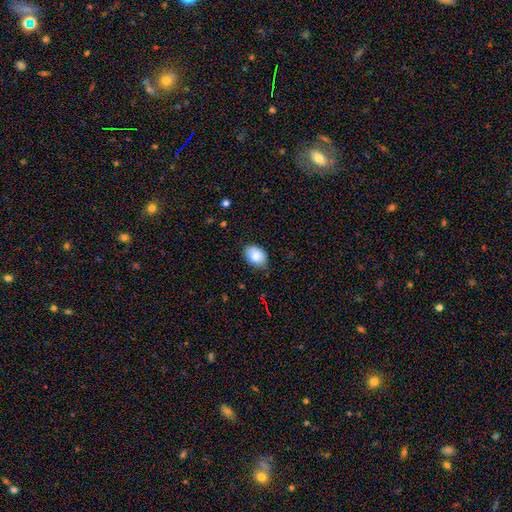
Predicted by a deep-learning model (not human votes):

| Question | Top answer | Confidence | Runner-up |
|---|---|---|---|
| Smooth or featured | smooth | 85% | featured or disk (8%) |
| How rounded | in between | 81% | round (18%) |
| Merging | none | 77% | minor disturbance (19%) |